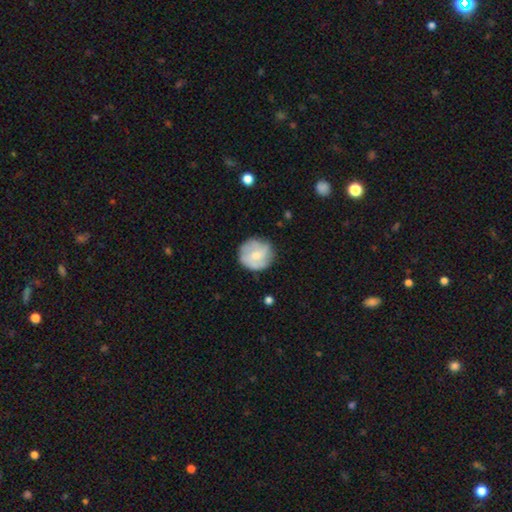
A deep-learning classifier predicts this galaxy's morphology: Smooth or featured? Predicted: smooth (p=0.51). How rounded? Predicted: round (p=0.92). Merging? Predicted: none (p=0.76).